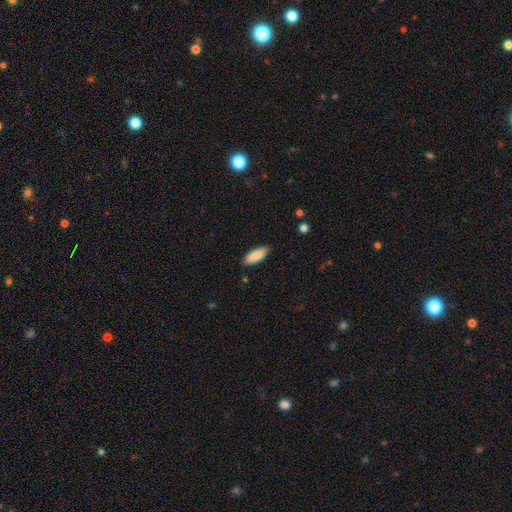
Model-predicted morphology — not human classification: A smooth galaxy with no disk features (89%) that is in between round and cigar-shaped (73%).

Vote fractions:
- Smooth or featured? smooth: 89% / star or artifact: 6% / featured or disk: 5%
- How rounded? in between: 73% / cigar-shaped: 25% / round: 2%
- Merging? none: 83% / minor disturbance: 14% / major disturbance: 2% / merger: 1%